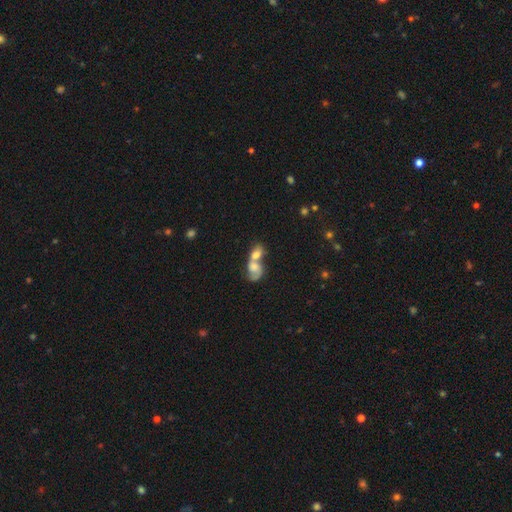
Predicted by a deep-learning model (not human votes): Smooth or featured? smooth (57%)
How rounded? in between (71%)
Merging? merger (80%)